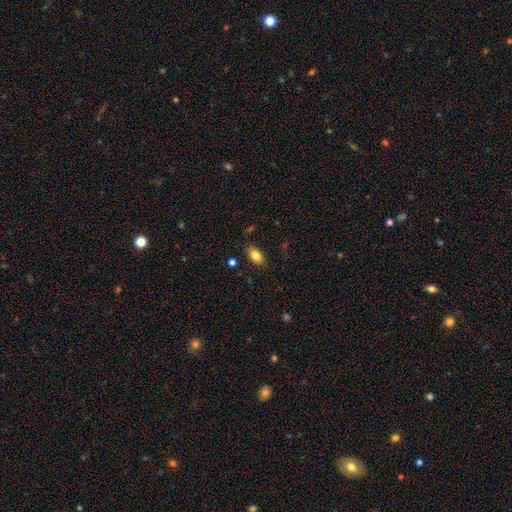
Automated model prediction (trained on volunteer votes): Smooth or featured?
  - smooth: 84% *
  - star or artifact: 8%
  - featured or disk: 8%
How rounded?
  - in between: 89% *
  - round: 9%
  - cigar-shaped: 2%
Merging?
  - none: 85% *
  - minor disturbance: 11%
  - major disturbance: 3%
  - merger: 2%